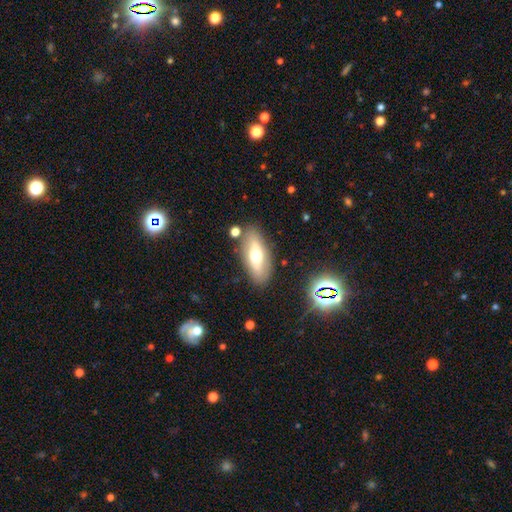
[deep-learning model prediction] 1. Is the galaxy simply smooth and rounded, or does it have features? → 56% smooth, 37% featured or disk, 8% star or artifact.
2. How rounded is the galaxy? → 76% in between, 21% cigar-shaped, 3% round.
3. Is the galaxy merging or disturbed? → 82% none, 11% minor disturbance, 4% merger, 3% major disturbance.